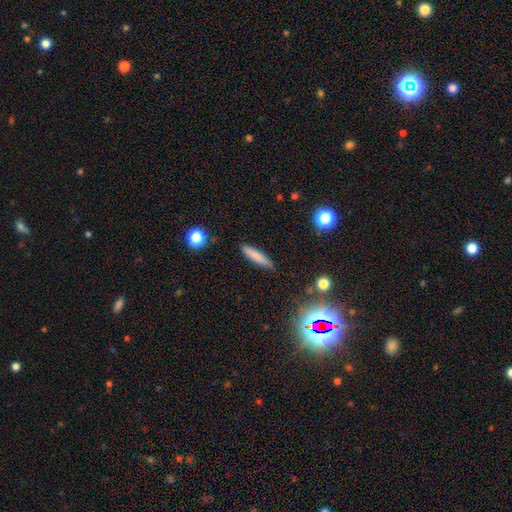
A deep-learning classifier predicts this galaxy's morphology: Overall: smooth (80%). How rounded: cigar-shaped (86%). Merging: none (87%).